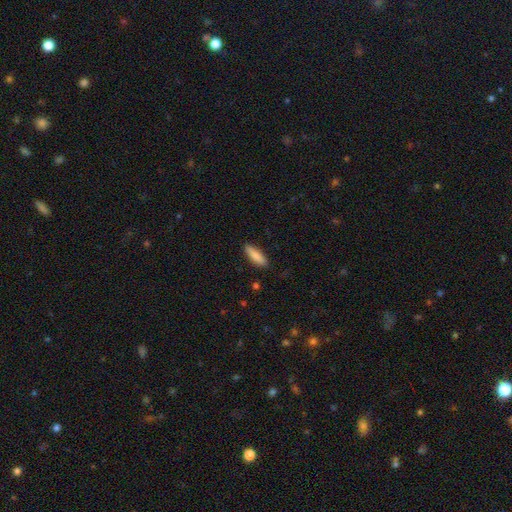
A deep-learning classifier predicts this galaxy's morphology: Smooth or featured?
  - smooth: 85% *
  - featured or disk: 10%
  - star or artifact: 6%
How rounded?
  - cigar-shaped: 60% *
  - in between: 38%
  - round: 2%
Merging?
  - none: 87% *
  - minor disturbance: 10%
  - major disturbance: 2%
  - merger: 1%